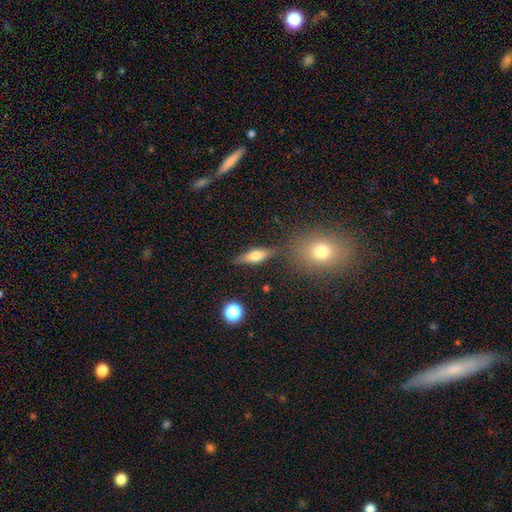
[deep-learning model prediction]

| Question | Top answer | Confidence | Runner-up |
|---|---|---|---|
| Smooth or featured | smooth | 48% | featured or disk (43%) |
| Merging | none | 78% | minor disturbance (13%) |